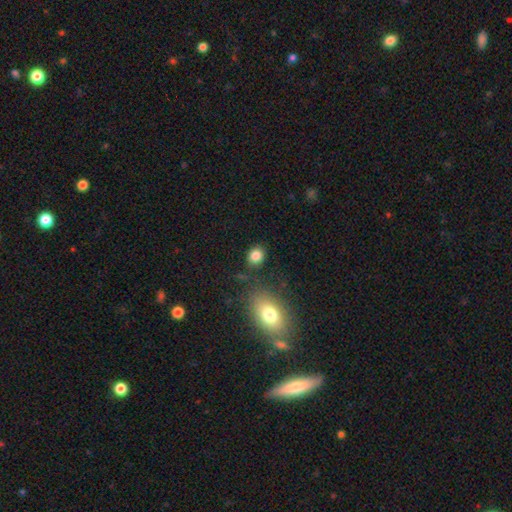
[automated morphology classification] The model was most divided on "how rounded": round: 64%, in between: 34%, cigar-shaped: 1%. More confident: smooth or featured — smooth (84%); merging — none (80%).